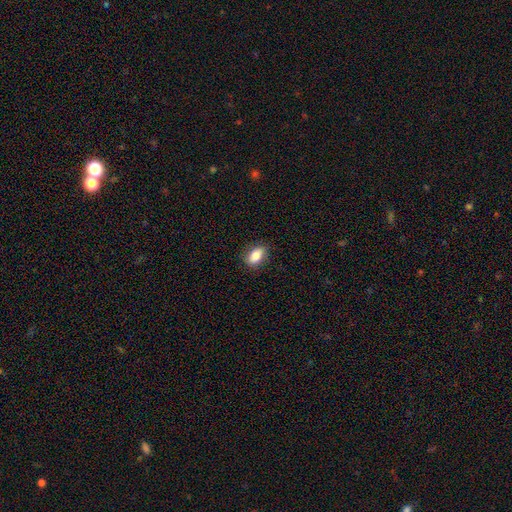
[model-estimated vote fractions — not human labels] smooth 82%, featured or disk 10%, star or artifact 8%. Down the decision tree: how rounded — in between (85%); merging — none (83%).